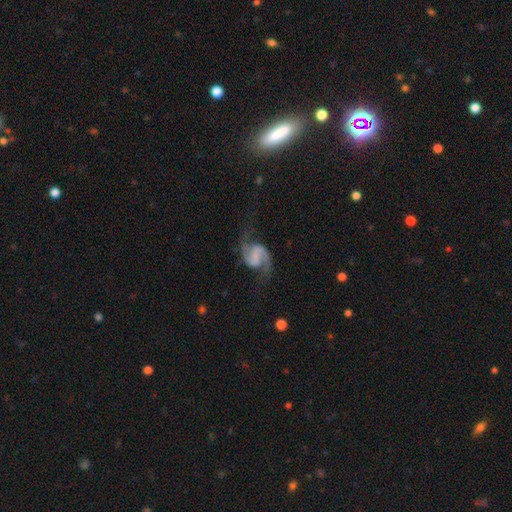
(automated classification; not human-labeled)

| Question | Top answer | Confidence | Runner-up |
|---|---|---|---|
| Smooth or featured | featured or disk | 89% | smooth (6%) |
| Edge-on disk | no | 98% | yes (2%) |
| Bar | weak | 42% | no (40%) |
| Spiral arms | yes | 98% | no (2%) |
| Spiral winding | loose | 47% | medium (43%) |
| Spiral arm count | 2 | 94% | can't tell (2%) |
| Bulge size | none | 59% | small (25%) |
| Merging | none | 72% | minor disturbance (15%) |